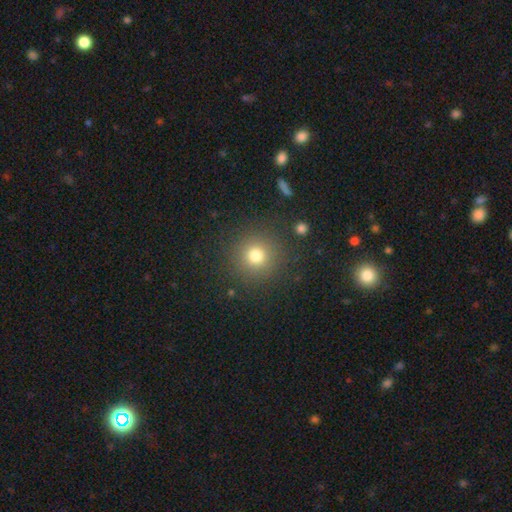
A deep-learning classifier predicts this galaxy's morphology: smooth_or_featured: smooth (p=0.76) [alt: star or artifact p=0.16]
how_rounded: round (p=0.94) [alt: in between p=0.05]
merging: none (p=0.87) [alt: minor disturbance p=0.07]